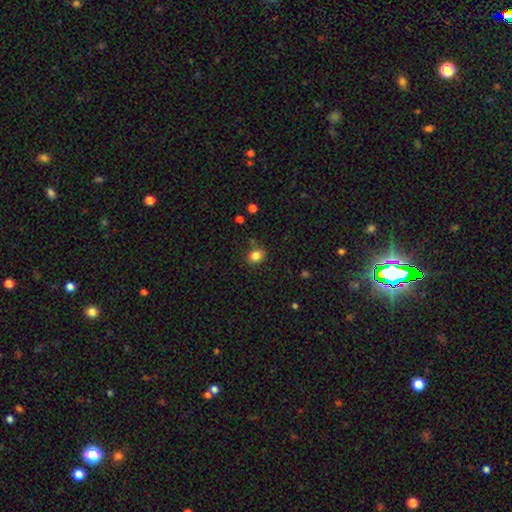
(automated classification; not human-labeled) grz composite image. It shows a smooth galaxy with no disk features (84%) that is round (52%). Merging: none (80%).